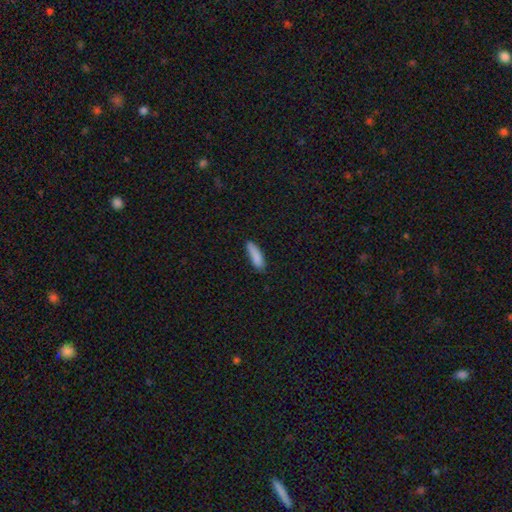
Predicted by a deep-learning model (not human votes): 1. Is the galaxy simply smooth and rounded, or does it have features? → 87% smooth, 7% featured or disk, 7% star or artifact.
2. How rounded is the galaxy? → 59% cigar-shaped, 39% in between, 2% round.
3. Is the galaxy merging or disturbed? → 71% none, 23% minor disturbance, 4% major disturbance, 2% merger.